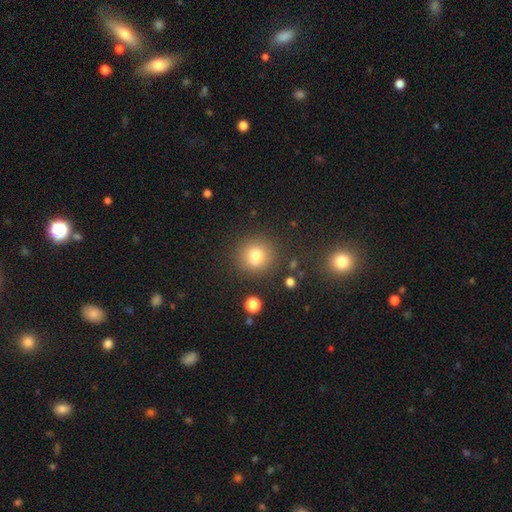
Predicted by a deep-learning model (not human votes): Smooth or featured?
  - smooth: 77% *
  - star or artifact: 13%
  - featured or disk: 10%
How rounded?
  - round: 89% *
  - in between: 10%
  - cigar-shaped: 1%
Merging?
  - none: 82% *
  - minor disturbance: 10%
  - merger: 4%
  - major disturbance: 4%